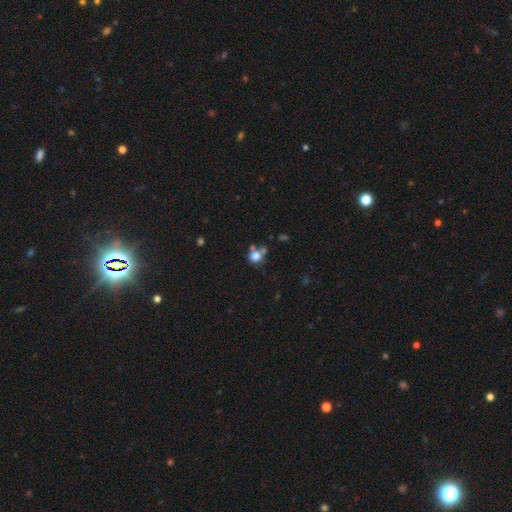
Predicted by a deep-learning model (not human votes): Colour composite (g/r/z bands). It shows a smooth galaxy with no disk features (77%) that is round (82%). Merging: none (50%).